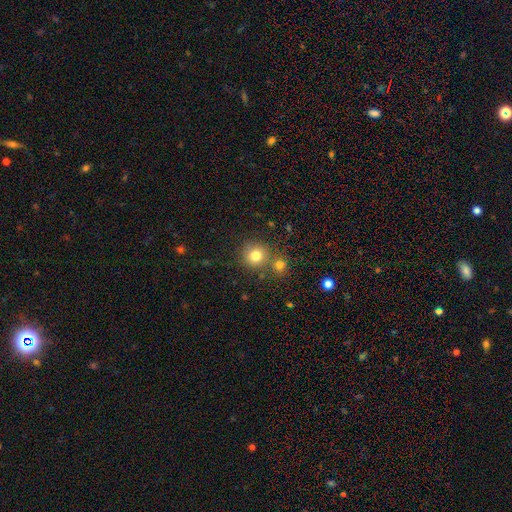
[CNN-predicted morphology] This is likely a smooth galaxy (78%). How rounded: clearly round (91%). Merging: likely none (71%).